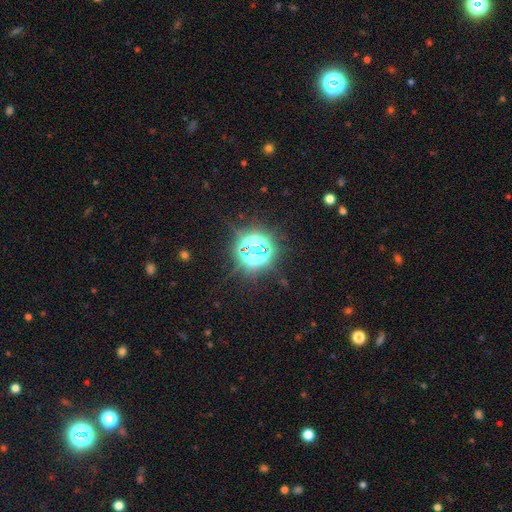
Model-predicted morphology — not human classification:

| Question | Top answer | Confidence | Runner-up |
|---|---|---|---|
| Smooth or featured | star or artifact | 76% | smooth (14%) |